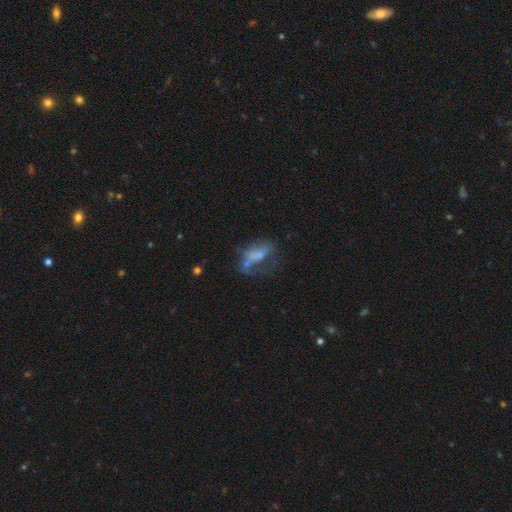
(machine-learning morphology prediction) Q: Smooth or featured?
A: featured or disk (46%); runner-up: smooth (40%)
Q: Merging?
A: major disturbance (38%); runner-up: none (28%)